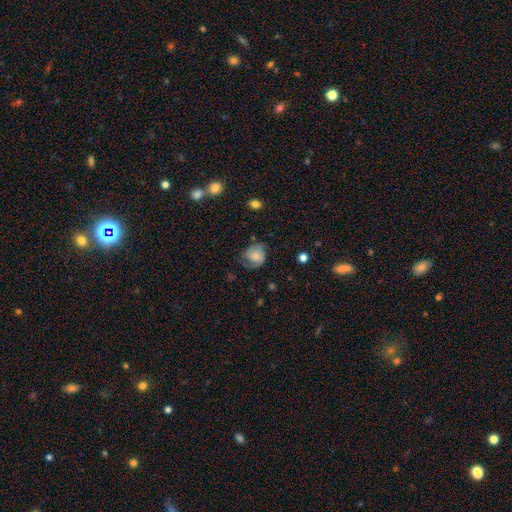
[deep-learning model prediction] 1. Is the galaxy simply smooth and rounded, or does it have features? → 54% featured or disk, 38% smooth, 9% star or artifact.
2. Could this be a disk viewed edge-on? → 97% no, 3% yes.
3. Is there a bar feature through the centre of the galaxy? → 71% no, 24% weak, 5% strong.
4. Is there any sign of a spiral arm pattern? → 89% yes, 11% no.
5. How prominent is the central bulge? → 40% small, 32% moderate, 15% none, 10% large, 3% dominant.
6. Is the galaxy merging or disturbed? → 54% none, 26% minor disturbance, 18% major disturbance, 2% merger.